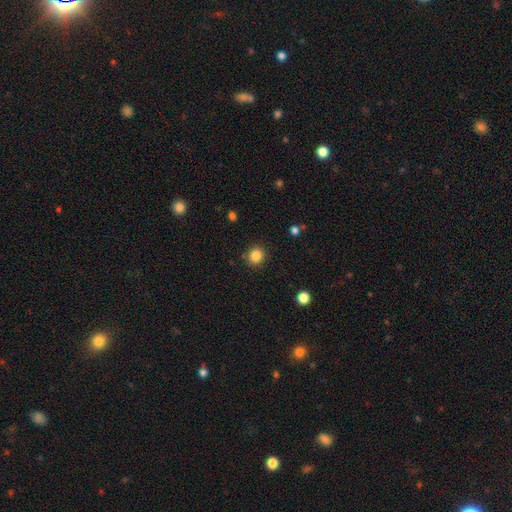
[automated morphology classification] This appears to be a smooth galaxy with no disk features (85%) that is round (83%). Merging: none (88%).